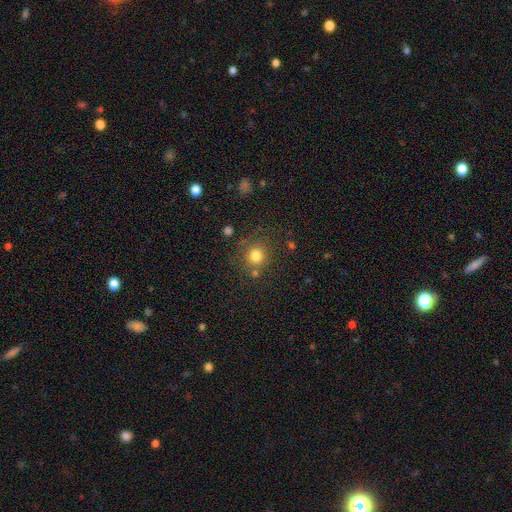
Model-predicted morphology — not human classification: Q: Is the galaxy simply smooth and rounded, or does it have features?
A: smooth — 78%.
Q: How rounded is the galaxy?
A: round — 89%.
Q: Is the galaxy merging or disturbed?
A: none — 76%.